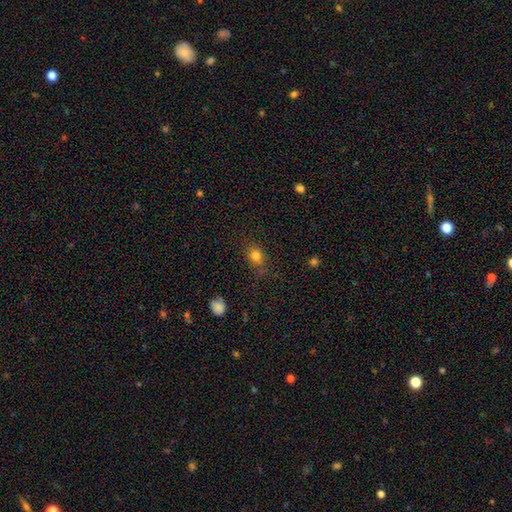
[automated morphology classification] smooth-or-featured: smooth: 81% | star or artifact: 13% | featured or disk: 6%
  how-rounded: round: 60% | in between: 39% | cigar-shaped: 1%
  merging: none: 76% | minor disturbance: 17% | major disturbance: 5% | merger: 2%